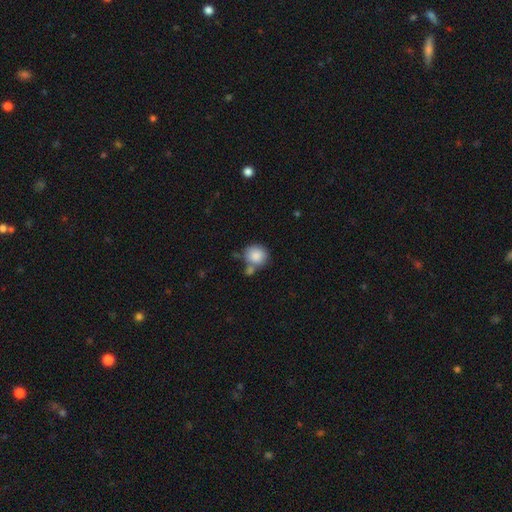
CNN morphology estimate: Smooth or featured? Predicted: smooth (p=0.86). How rounded? Predicted: round (p=0.86). Merging? Predicted: none (p=0.55).